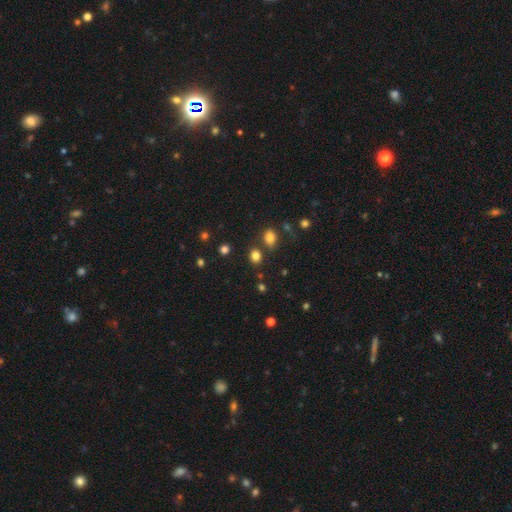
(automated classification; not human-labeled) Morphology: type=smooth (79%); roundness=round (59%); merging=none (75%).